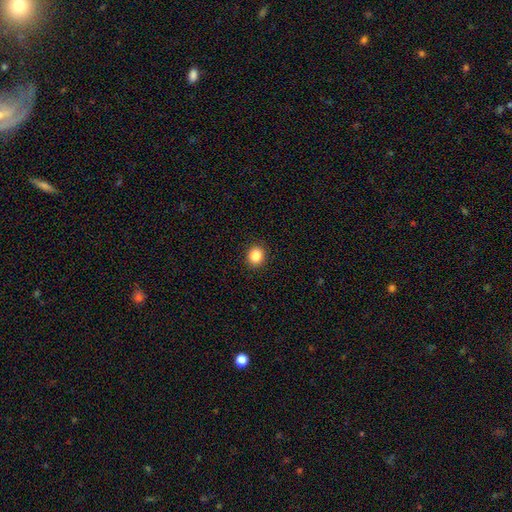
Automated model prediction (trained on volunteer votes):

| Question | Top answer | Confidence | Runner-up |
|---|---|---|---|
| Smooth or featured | smooth | 86% | star or artifact (10%) |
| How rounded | round | 80% | in between (19%) |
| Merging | none | 92% | minor disturbance (5%) |